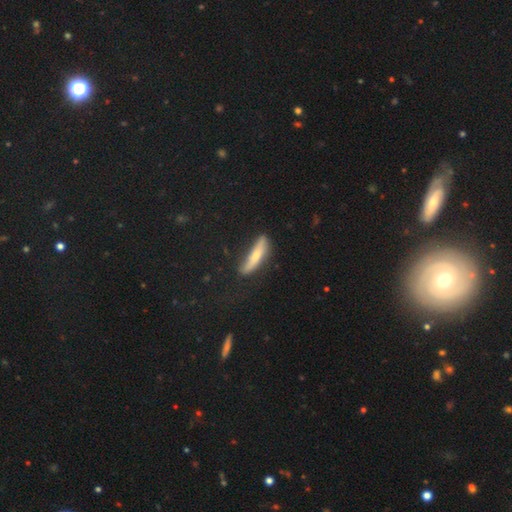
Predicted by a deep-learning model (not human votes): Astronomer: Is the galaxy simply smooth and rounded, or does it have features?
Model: smooth — 58% (runner-up: featured or disk, 35%).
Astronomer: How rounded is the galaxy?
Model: cigar-shaped — 82%.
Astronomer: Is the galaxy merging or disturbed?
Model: none — 67%.